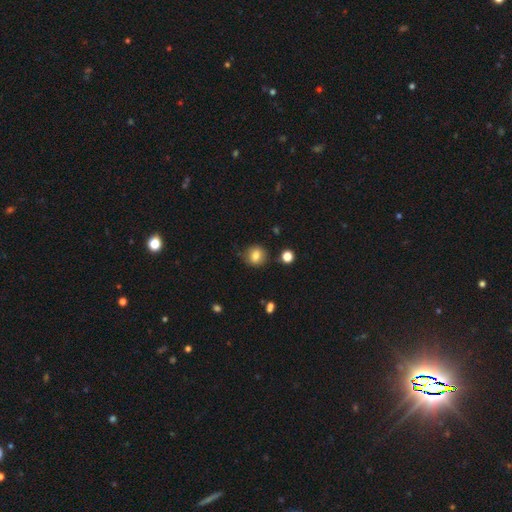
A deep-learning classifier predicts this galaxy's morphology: smooth-or-featured: smooth: 80% | star or artifact: 11% | featured or disk: 9%
  how-rounded: round: 78% | in between: 21% | cigar-shaped: 1%
  merging: none: 80% | minor disturbance: 14% | major disturbance: 4% | merger: 3%